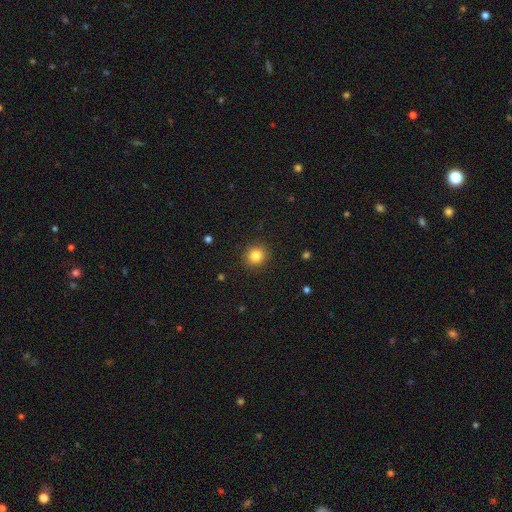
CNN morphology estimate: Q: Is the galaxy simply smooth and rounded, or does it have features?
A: smooth — 83%.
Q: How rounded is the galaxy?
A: round — 88%.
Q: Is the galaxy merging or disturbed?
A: none — 91%.